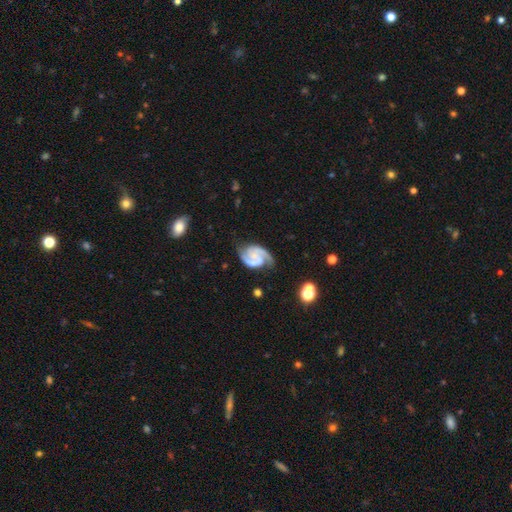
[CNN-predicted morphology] Q: Smooth or featured?
A: featured or disk (88%); runner-up: smooth (7%)
Q: Edge-on disk?
A: no (98%); runner-up: yes (2%)
Q: Bar?
A: no (54%); runner-up: weak (35%)
Q: Spiral arms?
A: yes (97%); runner-up: no (3%)
Q: Spiral winding?
A: medium (51%); runner-up: tight (32%)
Q: Spiral arm count?
A: 2 (84%); runner-up: 3 (7%)
Q: Bulge size?
A: none (40%); tied with: small (40%)
Q: Merging?
A: none (66%); runner-up: minor disturbance (21%)